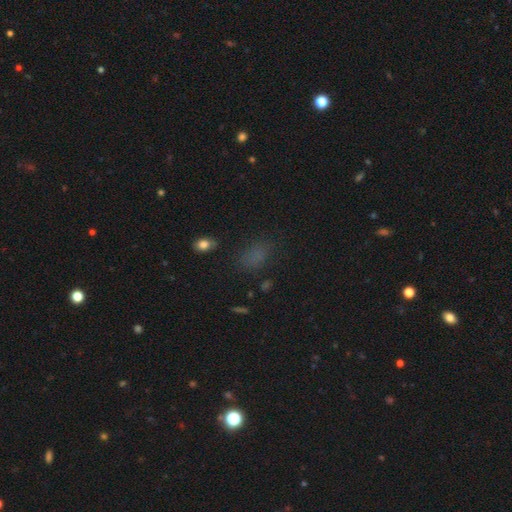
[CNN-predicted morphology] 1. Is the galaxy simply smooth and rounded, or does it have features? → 69% smooth, 24% star or artifact, 7% featured or disk.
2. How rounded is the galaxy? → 80% in between, 16% round, 4% cigar-shaped.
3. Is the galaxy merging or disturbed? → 71% none, 18% minor disturbance, 9% major disturbance, 3% merger.